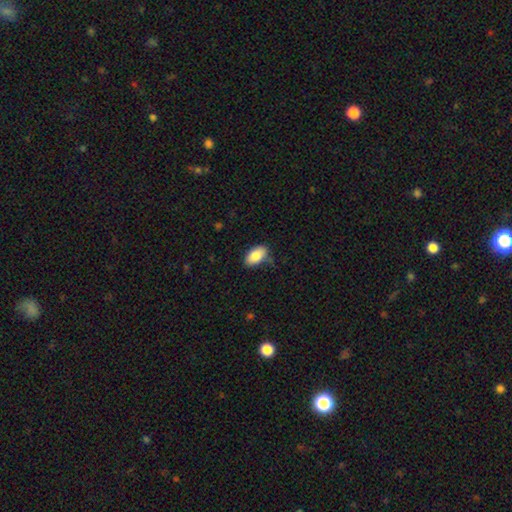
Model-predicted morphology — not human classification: Q: Smooth or featured?
A: smooth (86%); runner-up: featured or disk (8%)
Q: How rounded?
A: in between (94%); runner-up: round (4%)
Q: Merging?
A: none (76%); runner-up: minor disturbance (18%)